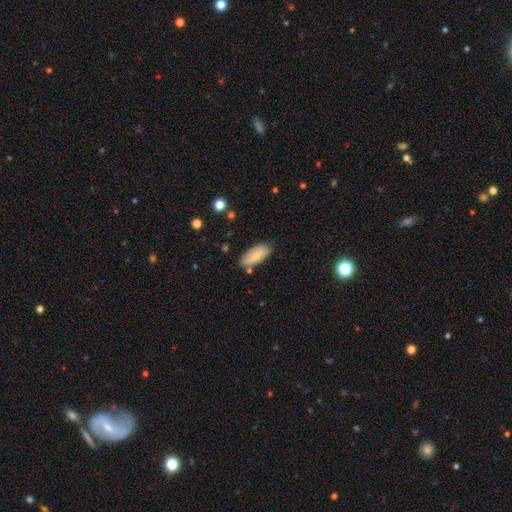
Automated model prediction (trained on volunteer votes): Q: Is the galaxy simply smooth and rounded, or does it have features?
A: smooth — 73%.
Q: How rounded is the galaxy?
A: in between — 87%.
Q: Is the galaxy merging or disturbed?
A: none — 77%.